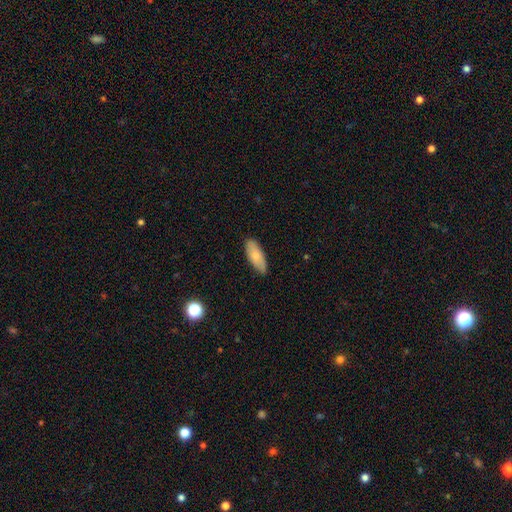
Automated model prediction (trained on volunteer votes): Q: Smooth or featured?
A: smooth (78%); runner-up: featured or disk (16%)
Q: How rounded?
A: in between (79%); runner-up: cigar-shaped (19%)
Q: Merging?
A: none (84%); runner-up: minor disturbance (13%)